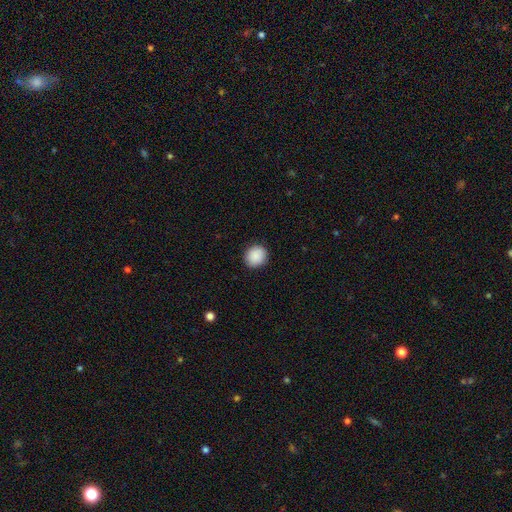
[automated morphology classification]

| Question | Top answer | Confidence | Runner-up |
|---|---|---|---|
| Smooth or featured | smooth | 90% | star or artifact (7%) |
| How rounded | round | 86% | in between (13%) |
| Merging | none | 90% | minor disturbance (7%) |